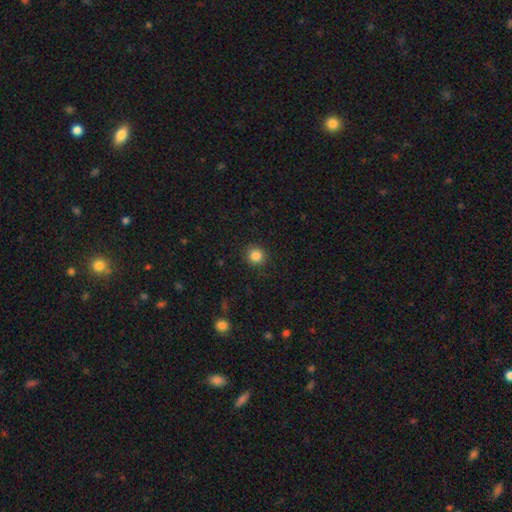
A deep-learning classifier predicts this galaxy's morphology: smooth-or-featured: smooth: 85% | star or artifact: 11% | featured or disk: 4%
  how-rounded: round: 90% | in between: 9% | cigar-shaped: 1%
  merging: none: 90% | minor disturbance: 6% | major disturbance: 2% | merger: 1%